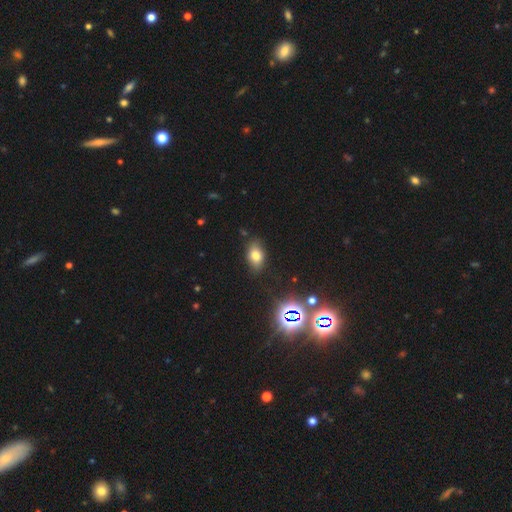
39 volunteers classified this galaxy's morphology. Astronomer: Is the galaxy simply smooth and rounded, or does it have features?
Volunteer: smooth — 79%.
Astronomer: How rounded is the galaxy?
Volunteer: in between — 87%.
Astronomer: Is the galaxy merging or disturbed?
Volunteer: none — 83%.